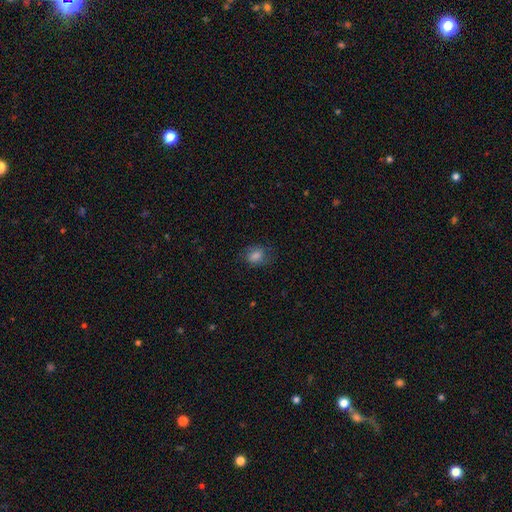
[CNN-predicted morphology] Smooth or featured? Predicted: smooth (p=0.73). How rounded? Predicted: in between (p=0.53). Merging? Predicted: none (p=0.70).